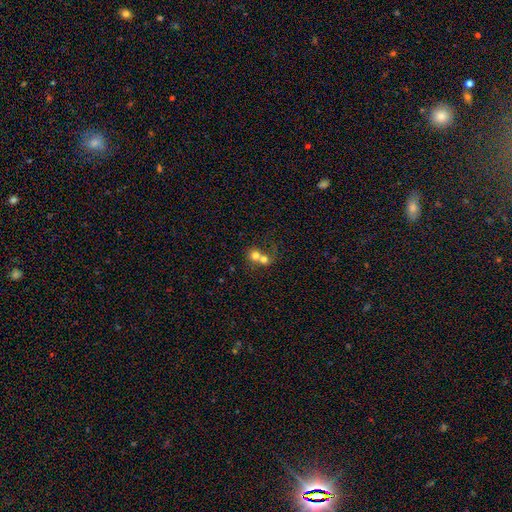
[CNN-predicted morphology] Smooth or featured? smooth (67%)
How rounded? round (75%)
Merging? merger (72%)